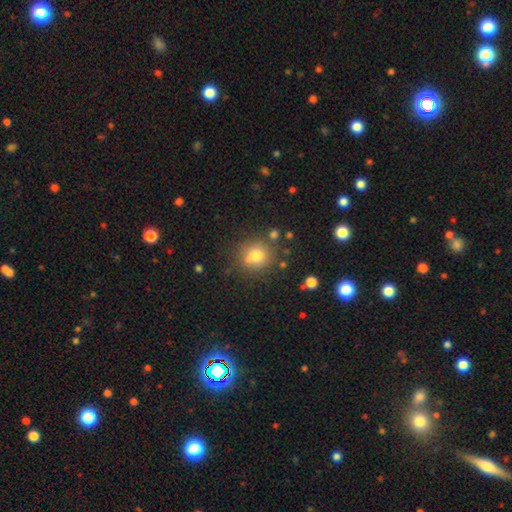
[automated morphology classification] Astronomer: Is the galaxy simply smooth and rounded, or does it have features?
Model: smooth — 76%.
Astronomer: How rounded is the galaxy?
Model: round — 87%.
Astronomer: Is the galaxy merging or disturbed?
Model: none — 72%.